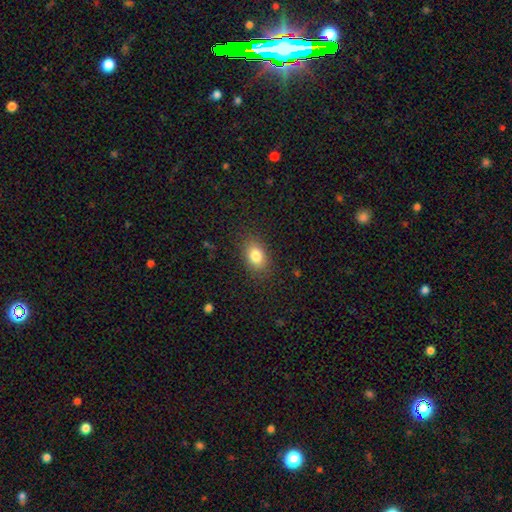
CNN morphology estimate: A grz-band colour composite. It shows a smooth galaxy with no disk features (82%) that is in between round and cigar-shaped (79%). Merging: none (85%).